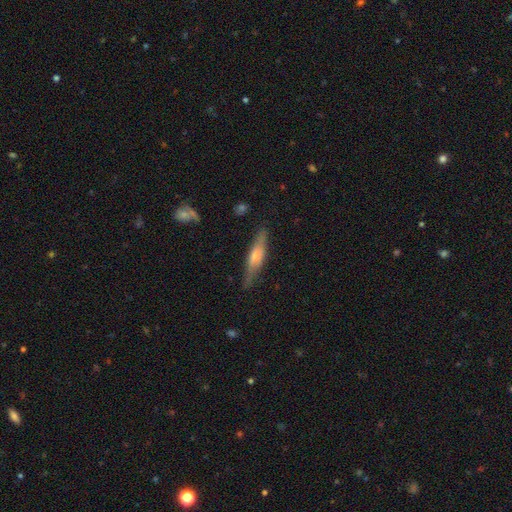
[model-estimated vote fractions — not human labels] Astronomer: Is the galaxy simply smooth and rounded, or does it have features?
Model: featured or disk — 59% (runner-up: smooth, 35%).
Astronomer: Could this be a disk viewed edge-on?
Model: yes — 90%.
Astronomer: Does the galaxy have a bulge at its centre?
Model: rounded — 71%.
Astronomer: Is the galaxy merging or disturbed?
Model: none — 80%.